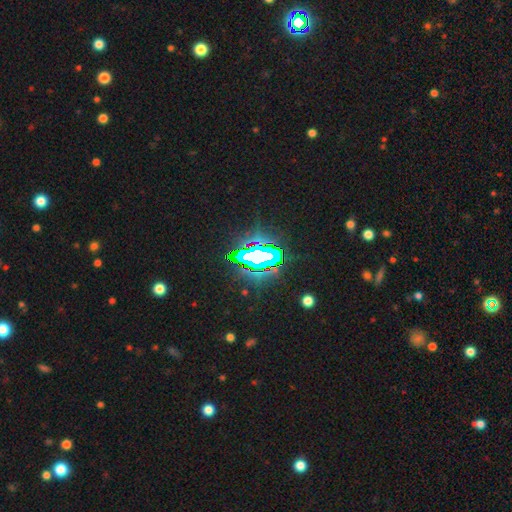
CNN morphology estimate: Smooth or featured?
  - star or artifact: 66% *
  - featured or disk: 19%
  - smooth: 15%